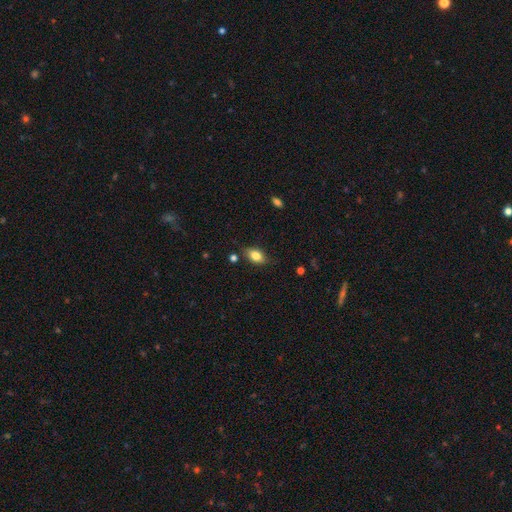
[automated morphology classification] This appears to be a smooth galaxy with no disk features (82%) that is in between round and cigar-shaped (86%). Merging: none (80%).